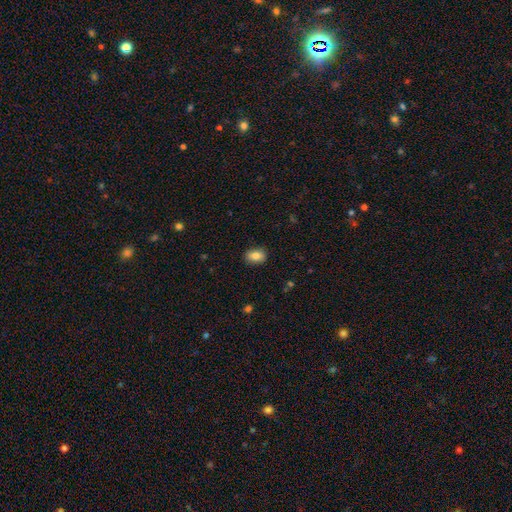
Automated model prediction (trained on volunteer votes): A smooth galaxy with no disk features (84%) that is in between round and cigar-shaped (80%).

Vote fractions:
- Smooth or featured? smooth: 84% / star or artifact: 8% / featured or disk: 8%
- How rounded? in between: 80% / round: 18% / cigar-shaped: 2%
- Merging? none: 88% / minor disturbance: 9% / major disturbance: 2% / merger: 1%